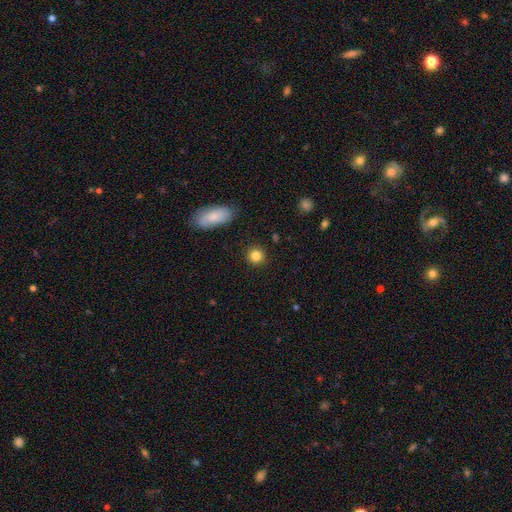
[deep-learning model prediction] smooth 84%, star or artifact 10%, featured or disk 5%. Down the decision tree: how rounded — round (91%); merging — none (90%).